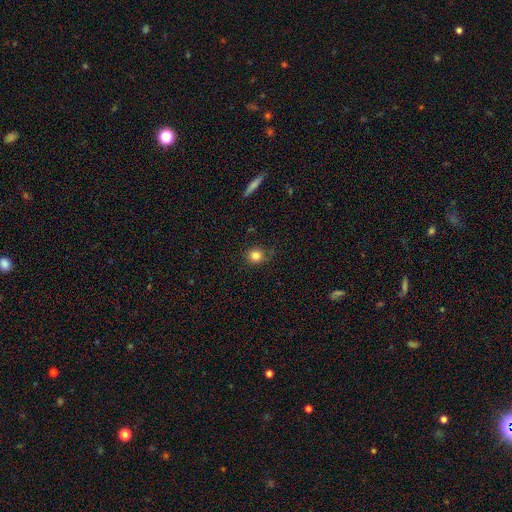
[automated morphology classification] Overall: smooth (82%). How rounded: round (87%). Merging: none (79%).